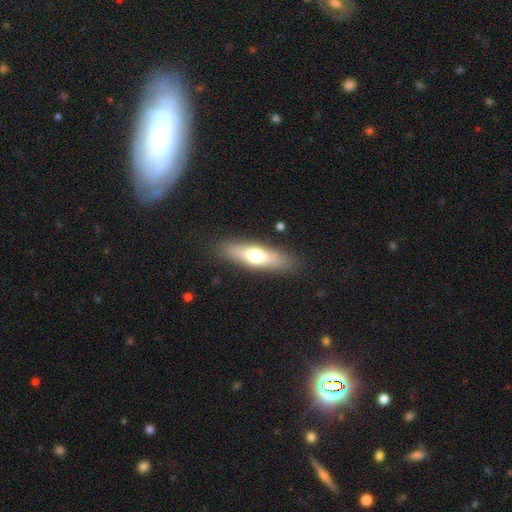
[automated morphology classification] A smooth galaxy with no disk features (61%) that is cigar-shaped (55%). Merging: none (86%).